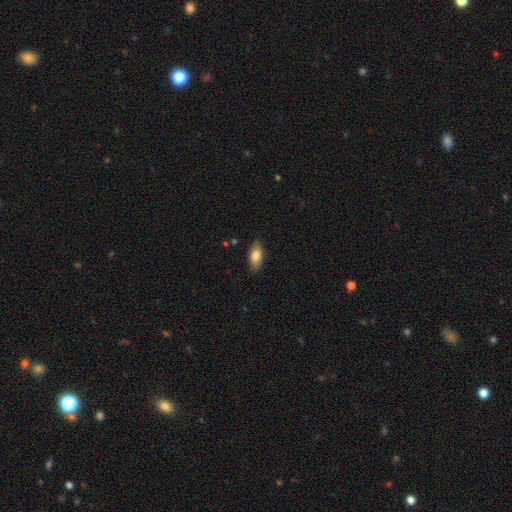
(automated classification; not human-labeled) Smooth or featured?
  - smooth: 79% *
  - featured or disk: 15%
  - star or artifact: 6%
How rounded?
  - in between: 83% *
  - cigar-shaped: 14%
  - round: 3%
Merging?
  - none: 86% *
  - minor disturbance: 11%
  - major disturbance: 2%
  - merger: 1%